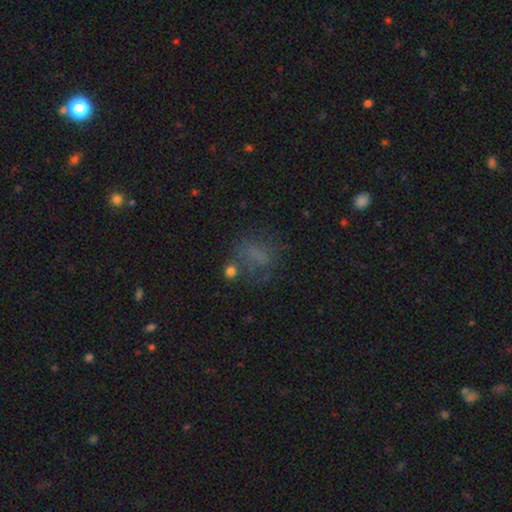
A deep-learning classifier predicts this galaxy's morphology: The model was most divided on "how rounded": in between: 52%, round: 44%, cigar-shaped: 4%. More confident: smooth or featured — smooth (51%); merging — none (50%).